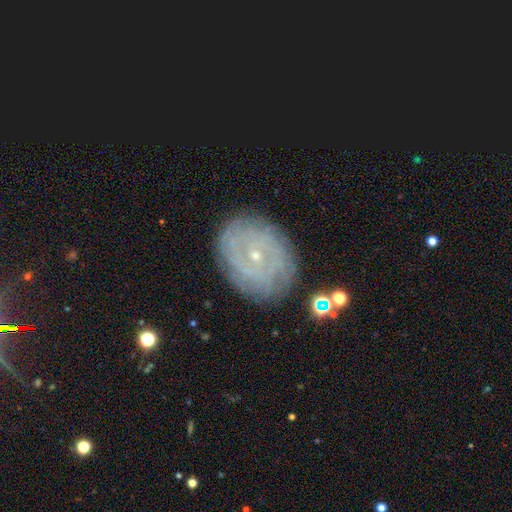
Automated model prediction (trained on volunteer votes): Smooth or featured? Predicted: featured or disk (p=0.73). Edge-on disk? Predicted: no (p=0.96). Bar? Predicted: no (p=0.65). Spiral arms? Predicted: yes (p=0.89). Spiral winding? Predicted: tight (p=0.79). Spiral arm count? Predicted: can't tell (p=0.46). Bulge size? Predicted: small (p=0.83). Merging? Predicted: none (p=0.82).